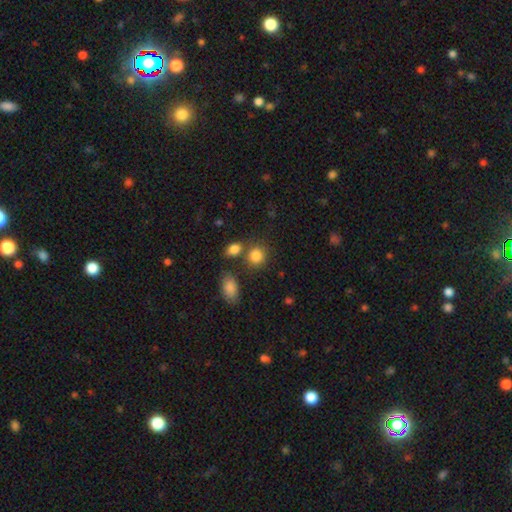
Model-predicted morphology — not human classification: Q: Smooth or featured?
A: smooth (84%); runner-up: star or artifact (10%)
Q: How rounded?
A: round (73%); runner-up: in between (26%)
Q: Merging?
A: none (65%); runner-up: merger (19%)